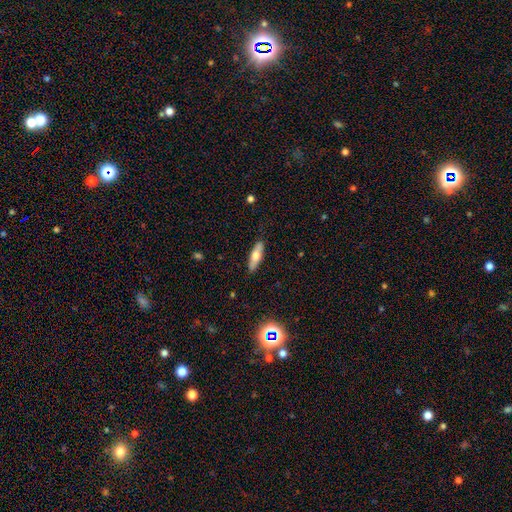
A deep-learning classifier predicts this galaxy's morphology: A smooth galaxy with no disk features (61%) that is cigar-shaped (52%).

Vote fractions:
- Smooth or featured? smooth: 61% / featured or disk: 32% / star or artifact: 7%
- How rounded? cigar-shaped: 52% / in between: 46% / round: 2%
- Merging? none: 86% / minor disturbance: 10% / major disturbance: 2% / merger: 1%